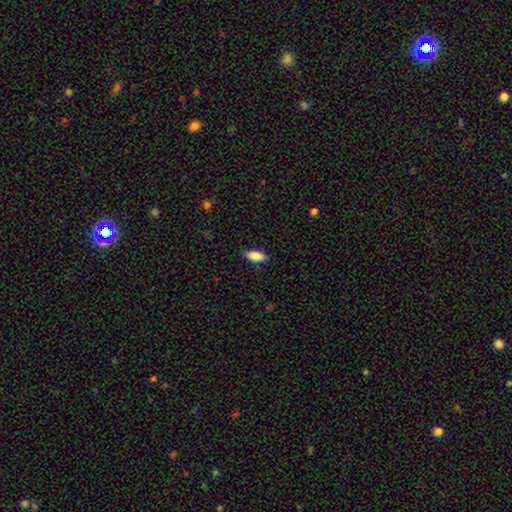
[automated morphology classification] This is clearly a smooth galaxy (86%). How rounded: clearly in between (84%). Merging: clearly none (84%).